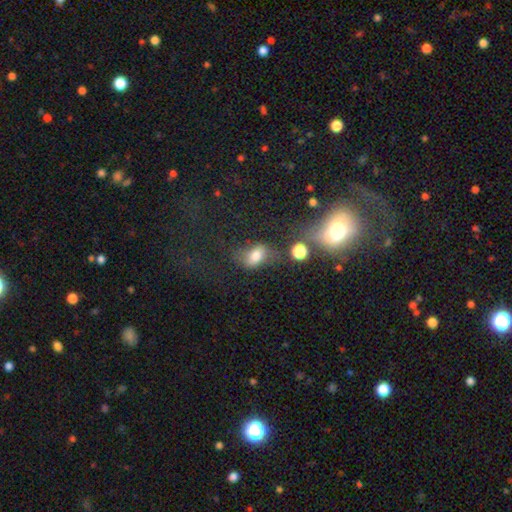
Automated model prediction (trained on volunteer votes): smooth 70%, star or artifact 15%, featured or disk 15%. Down the decision tree: how rounded — in between (78%); merging — none (50%).